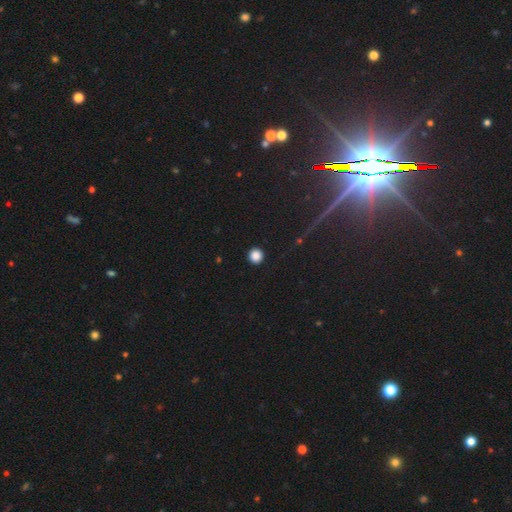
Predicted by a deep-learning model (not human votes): Morphology: type=smooth (86%); roundness=round (95%); merging=none (93%).